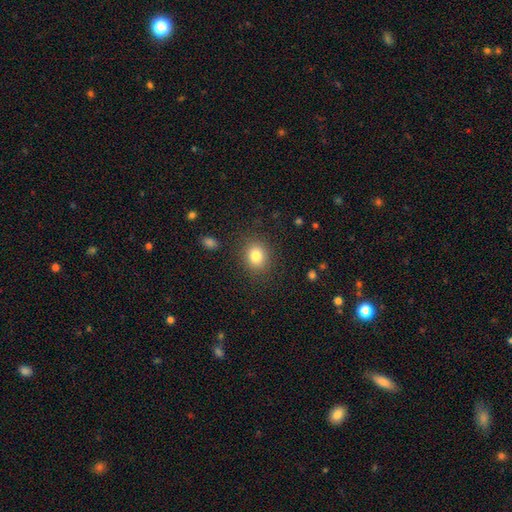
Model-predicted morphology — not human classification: type=smooth (81%); roundness=round (68%); merging=none (87%).